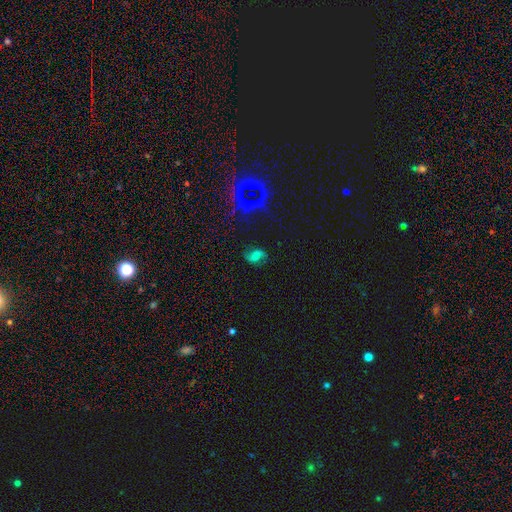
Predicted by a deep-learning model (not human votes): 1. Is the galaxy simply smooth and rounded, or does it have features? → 46% featured or disk, 32% smooth, 22% star or artifact.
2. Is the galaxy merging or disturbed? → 66% none, 20% minor disturbance, 11% major disturbance, 3% merger.